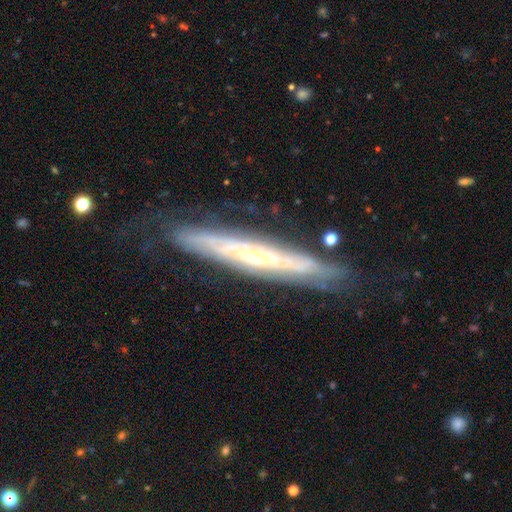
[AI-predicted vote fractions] Smooth or featured?
  - featured or disk: 78% *
  - smooth: 15%
  - star or artifact: 7%
Edge-on disk?
  - yes: 66% *
  - no: 34%
Edge-on bulge?
  - rounded: 49% *
  - none: 47%
  - boxy: 4%
Merging?
  - none: 77% *
  - minor disturbance: 16%
  - major disturbance: 5%
  - merger: 2%